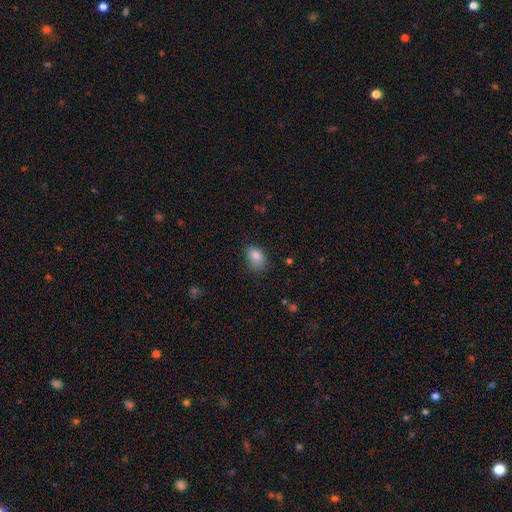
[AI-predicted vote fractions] A smooth galaxy with no disk features (85%) that is in between round and cigar-shaped (83%).

Vote fractions:
- Smooth or featured? smooth: 85% / star or artifact: 9% / featured or disk: 6%
- How rounded? in between: 83% / round: 16% / cigar-shaped: 1%
- Merging? none: 69% / minor disturbance: 24% / major disturbance: 6% / merger: 1%